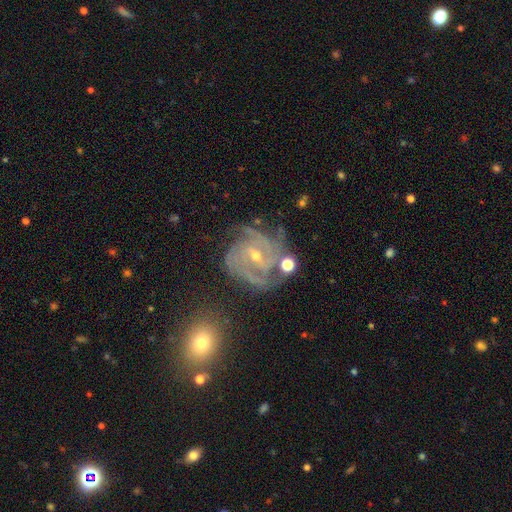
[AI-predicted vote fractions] The model was most divided on "bar": weak: 45%, no: 33%, strong: 22%. Remaining: spiral arms — yes (98%); edge-on disk — no (98%); smooth or featured — featured or disk (90%); merging — none (65%); bulge size — small (63%); spiral winding — tight (61%); spiral arm count — 3 (43%).